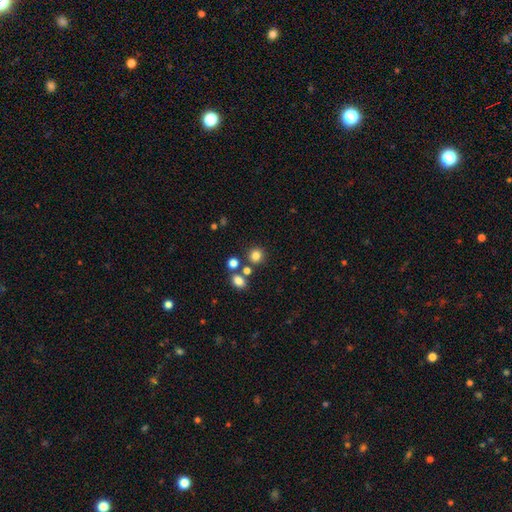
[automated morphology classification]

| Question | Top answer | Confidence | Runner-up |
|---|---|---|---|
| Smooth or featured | smooth | 79% | star or artifact (15%) |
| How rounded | round | 88% | in between (11%) |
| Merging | none | 77% | merger (12%) |